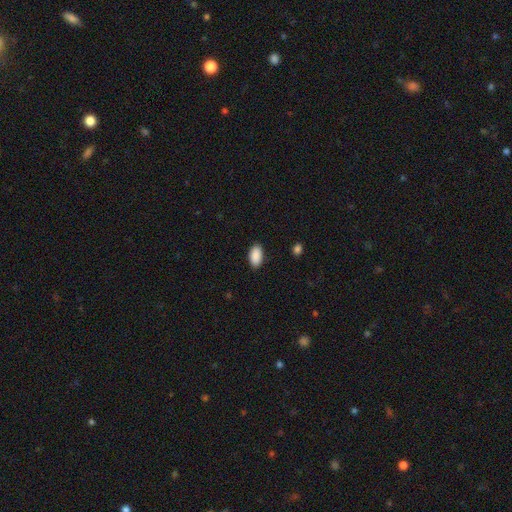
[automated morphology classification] type=smooth (91%); roundness=in between (95%); merging=none (89%).